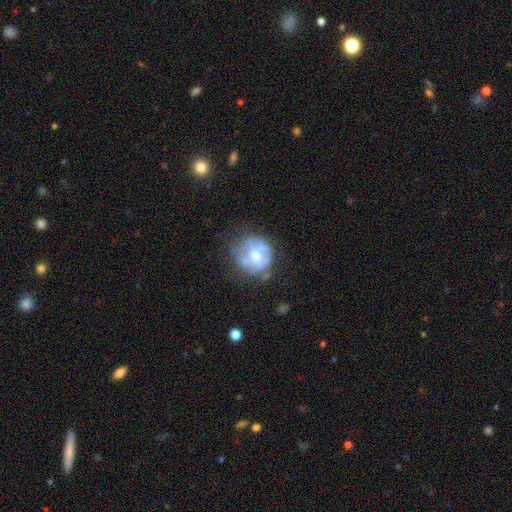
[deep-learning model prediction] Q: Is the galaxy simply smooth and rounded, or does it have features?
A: featured or disk — 57%.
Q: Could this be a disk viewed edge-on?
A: no — 98%.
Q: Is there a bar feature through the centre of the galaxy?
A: no — 76%.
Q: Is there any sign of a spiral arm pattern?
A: no — 72%.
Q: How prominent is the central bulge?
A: moderate — 63%.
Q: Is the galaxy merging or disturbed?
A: none — 54%.